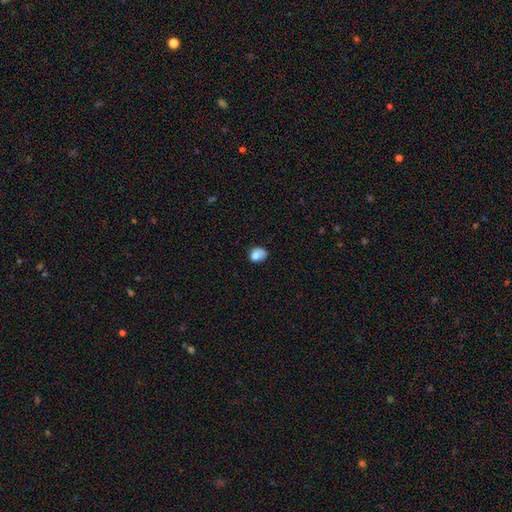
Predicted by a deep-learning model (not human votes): smooth 76%, featured or disk 14%, star or artifact 10%. Down the decision tree: how rounded — in between (50%); merging — none (48%).